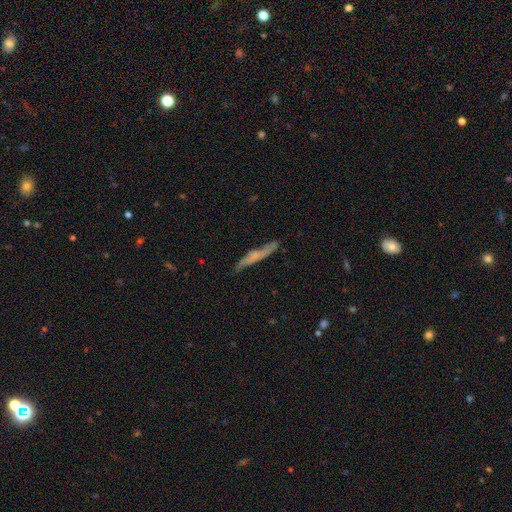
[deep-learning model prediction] This appears to be a featured or disk galaxy (52%) viewed edge-on (74%). Merging: none (71%).